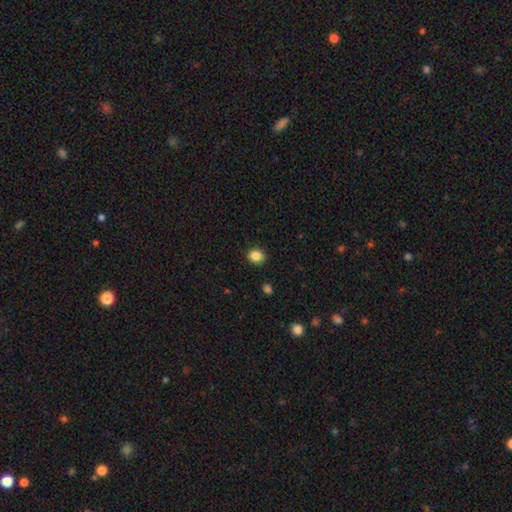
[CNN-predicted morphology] Q: Smooth or featured?
A: smooth (86%); runner-up: star or artifact (10%)
Q: How rounded?
A: round (72%); runner-up: in between (27%)
Q: Merging?
A: none (90%); runner-up: minor disturbance (7%)